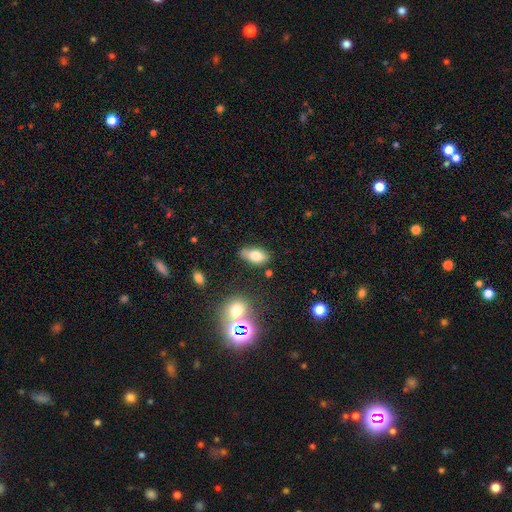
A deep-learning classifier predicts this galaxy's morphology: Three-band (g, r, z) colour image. It shows a smooth galaxy with no disk features (72%) that is in between round and cigar-shaped (86%). Merging: none (72%).